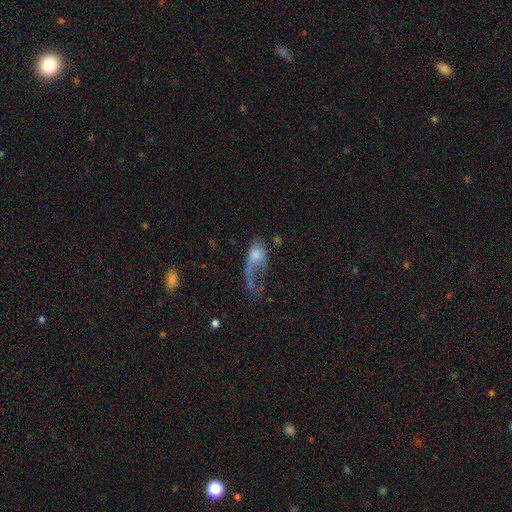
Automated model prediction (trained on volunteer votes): Smooth or featured? Predicted: smooth (p=0.52). How rounded? Predicted: in between (p=0.80). Merging? Predicted: major disturbance (p=0.68).